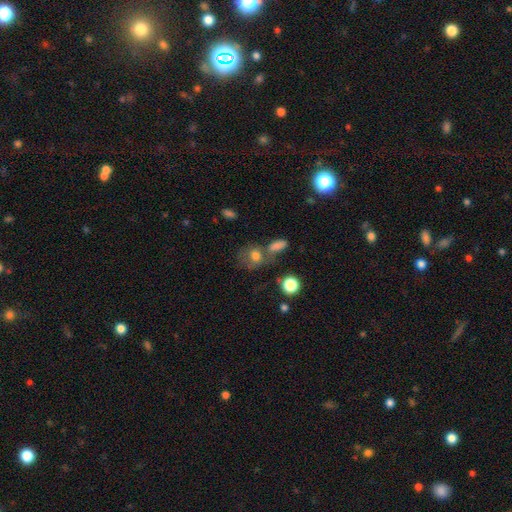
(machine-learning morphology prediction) smooth_or_featured: smooth (p=0.71) [alt: featured or disk p=0.17]
how_rounded: round (p=0.57) [alt: in between p=0.41]
merging: none (p=0.42) [alt: merger p=0.31]